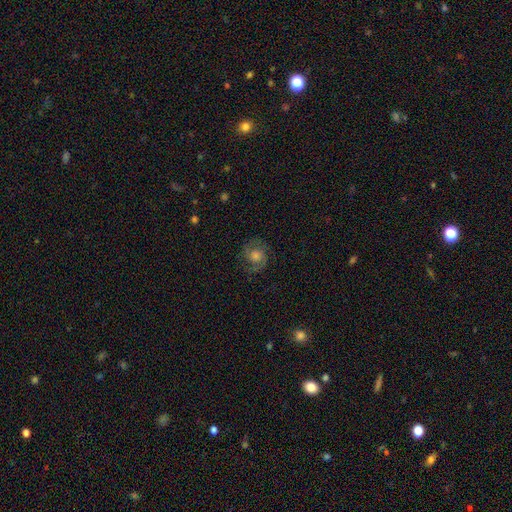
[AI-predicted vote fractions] Smooth or featured? Predicted: featured or disk (p=0.74). Edge-on disk? Predicted: no (p=0.98). Bar? Predicted: no (p=0.66). Spiral arms? Predicted: yes (p=0.95). Spiral winding? Predicted: medium (p=0.47). Spiral arm count? Predicted: 2 (p=0.77). Bulge size? Predicted: moderate (p=0.47). Merging? Predicted: none (p=0.80).